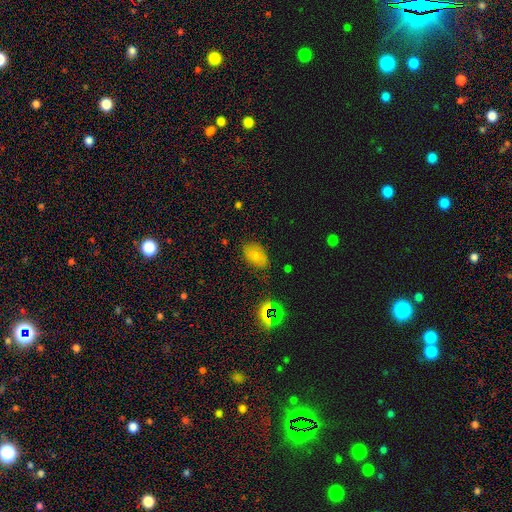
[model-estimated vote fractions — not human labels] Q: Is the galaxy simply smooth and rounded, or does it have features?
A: smooth — 73%.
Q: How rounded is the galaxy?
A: in between — 89%.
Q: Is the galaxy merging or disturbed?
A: none — 76%.